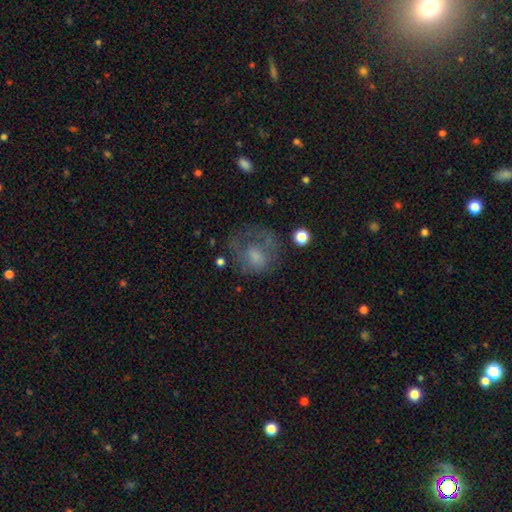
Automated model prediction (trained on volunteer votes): Overall: smooth (52%; featured or disk 36%). How rounded: round (66%; in between 33%). Merging: none (38%, tied with major disturbance).